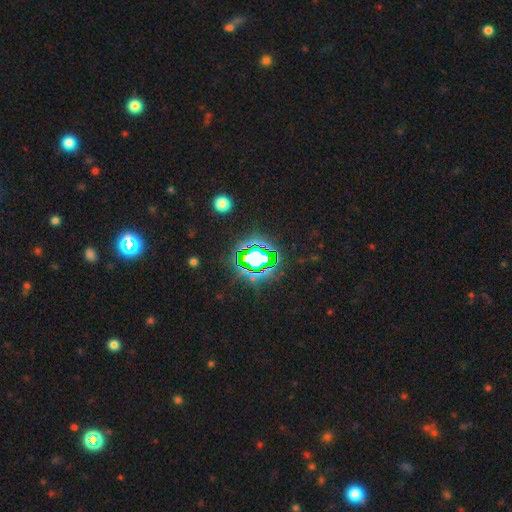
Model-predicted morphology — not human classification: A star or artifact, not a galaxy (73%).